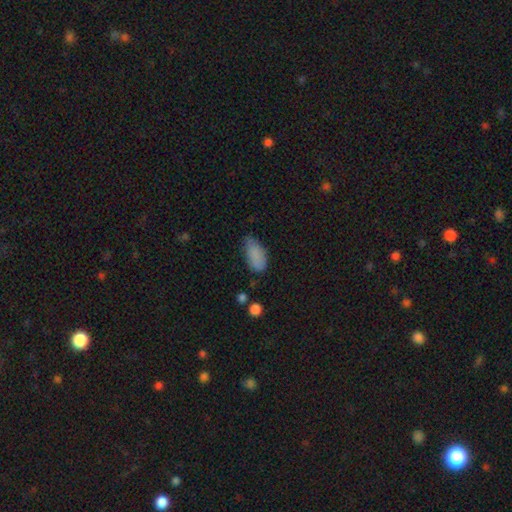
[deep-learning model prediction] Smooth or featured: smooth — 84% (star or artifact — 8%)
How rounded: in between — 90% (cigar-shaped — 7%)
Merging: none — 48% (minor disturbance — 40%)